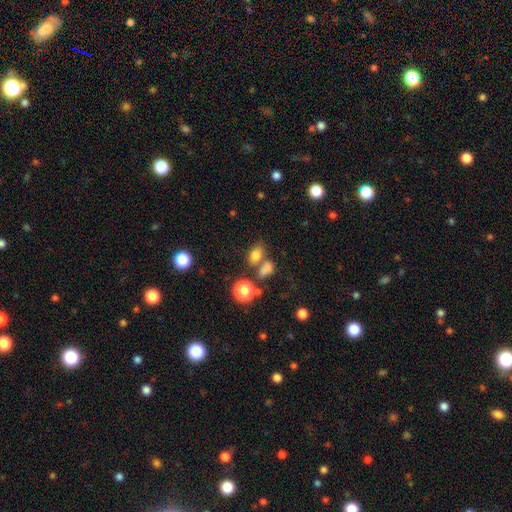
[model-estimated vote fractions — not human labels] smooth-or-featured: smooth: 77% | star or artifact: 16% | featured or disk: 8%
  how-rounded: in between: 68% | round: 30% | cigar-shaped: 2%
  merging: none: 53% | merger: 28% | minor disturbance: 13% | major disturbance: 6%